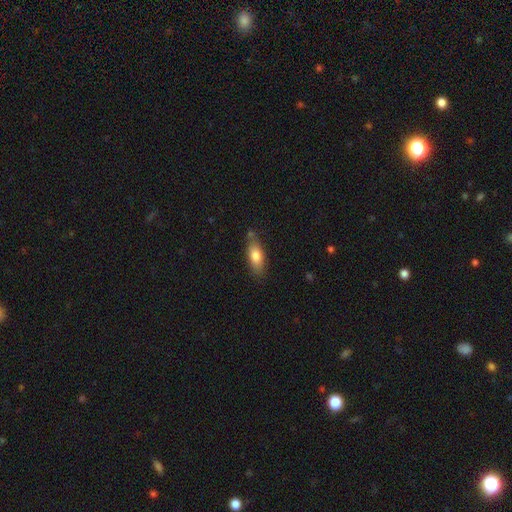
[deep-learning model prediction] Smooth or featured? Predicted: smooth (p=0.77). How rounded? Predicted: in between (p=0.75). Merging? Predicted: none (p=0.72).